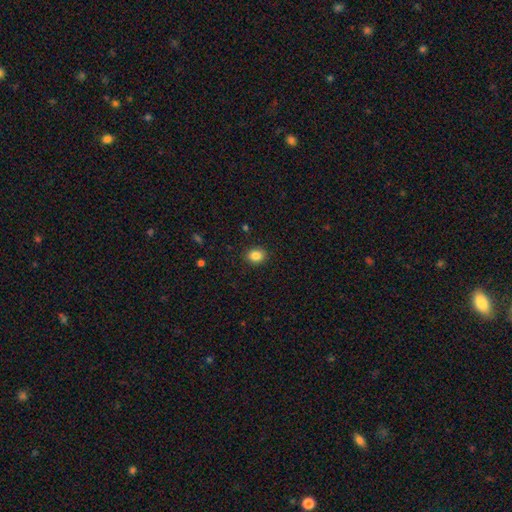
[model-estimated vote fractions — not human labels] Smooth or featured: smooth — 86% (star or artifact — 10%)
How rounded: round — 53% (in between — 46%)
Merging: none — 90% (minor disturbance — 7%)